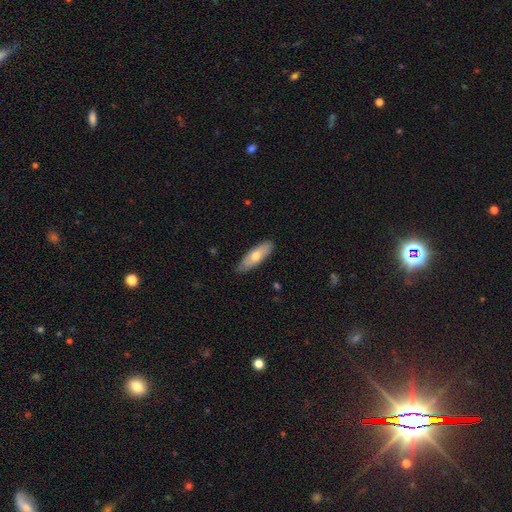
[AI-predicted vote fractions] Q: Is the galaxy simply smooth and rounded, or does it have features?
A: smooth — 66%.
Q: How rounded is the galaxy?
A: in between — 61%.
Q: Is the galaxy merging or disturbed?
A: none — 85%.